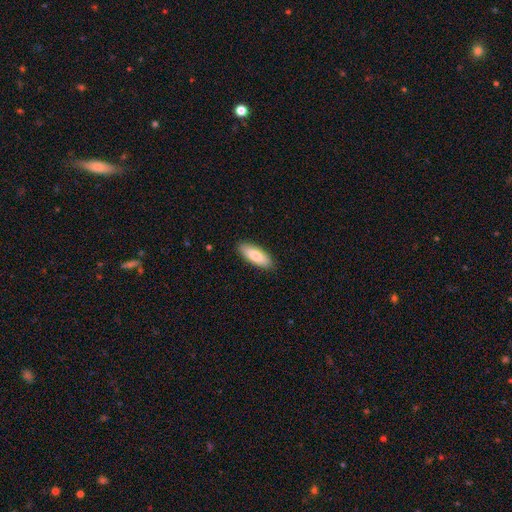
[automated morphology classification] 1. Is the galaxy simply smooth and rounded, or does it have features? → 83% smooth, 11% featured or disk, 6% star or artifact.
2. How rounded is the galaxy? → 71% in between, 28% cigar-shaped, 2% round.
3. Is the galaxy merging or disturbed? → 88% none, 9% minor disturbance, 2% major disturbance, 1% merger.